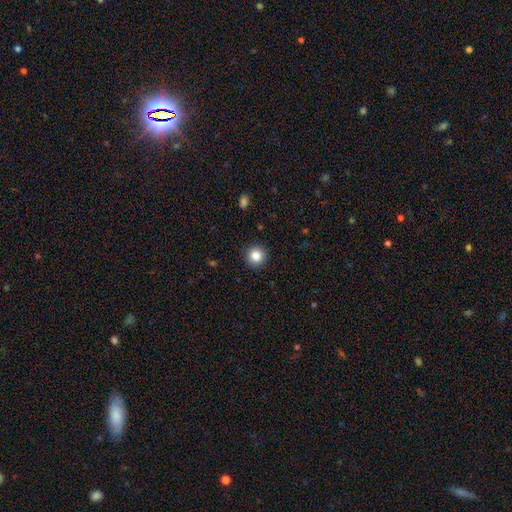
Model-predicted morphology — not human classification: Smooth or featured: smooth — 83% (star or artifact — 11%)
How rounded: round — 95% (in between — 4%)
Merging: none — 92% (minor disturbance — 5%)